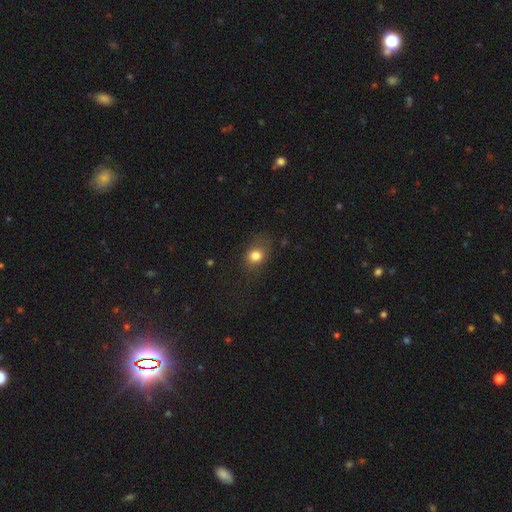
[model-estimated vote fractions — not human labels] Smooth or featured?
  - smooth: 79% *
  - star or artifact: 13%
  - featured or disk: 8%
How rounded?
  - round: 57% *
  - in between: 42%
  - cigar-shaped: 1%
Merging?
  - none: 67% *
  - minor disturbance: 21%
  - major disturbance: 10%
  - merger: 2%